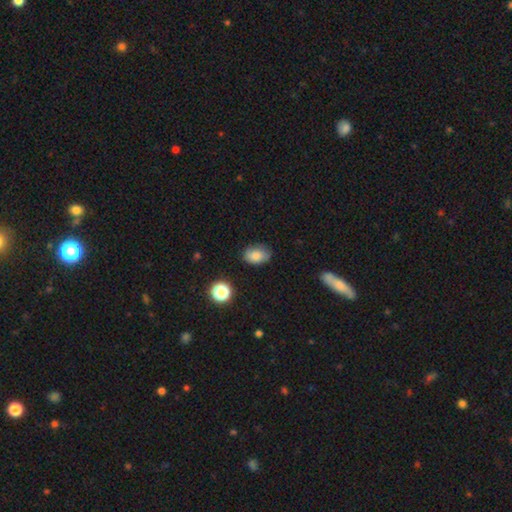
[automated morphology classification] A smooth galaxy with no disk features (83%) that is in between round and cigar-shaped (81%). Merging: none (76%).